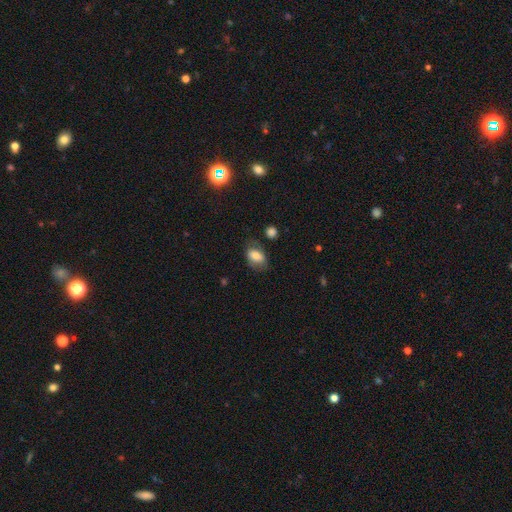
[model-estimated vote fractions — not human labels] This is likely a smooth galaxy (70%). How rounded: clearly in between (85%). Merging: likely none (63%).